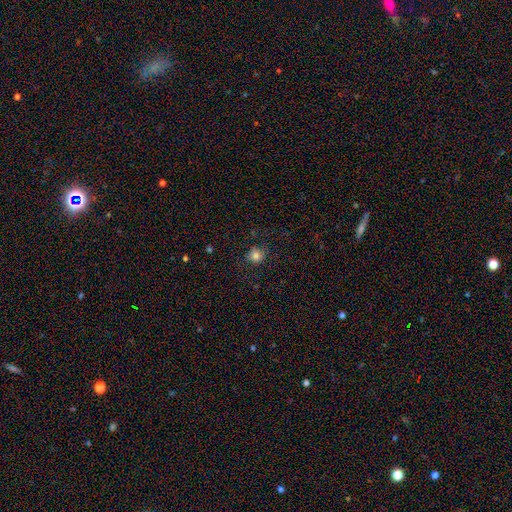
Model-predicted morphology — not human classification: smooth 82%, star or artifact 12%, featured or disk 6%. Down the decision tree: how rounded — round (89%); merging — none (83%).